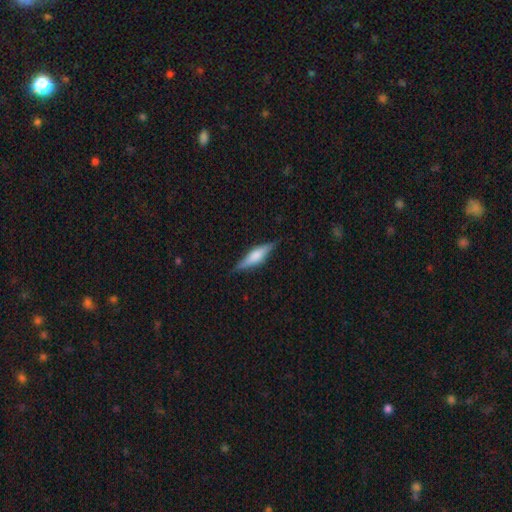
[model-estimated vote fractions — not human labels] This is possibly a featured or disk galaxy (55%). It is clearly viewed edge-on (96%). Edge-on bulge: likely rounded (63%). Merging: clearly none (84%).